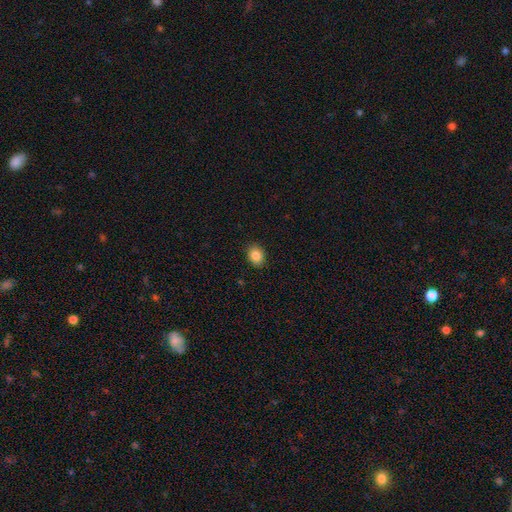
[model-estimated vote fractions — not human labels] A smooth galaxy with no disk features (85%) that is in between round and cigar-shaped (56%).

Vote fractions:
- Smooth or featured? smooth: 85% / star or artifact: 9% / featured or disk: 5%
- How rounded? in between: 56% / round: 43% / cigar-shaped: 1%
- Merging? none: 89% / minor disturbance: 8% / major disturbance: 2% / merger: 1%